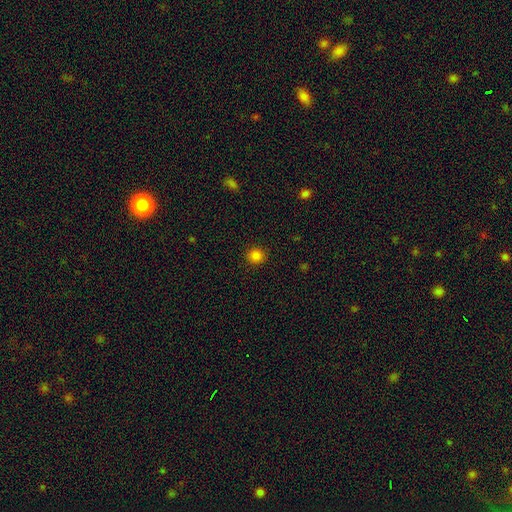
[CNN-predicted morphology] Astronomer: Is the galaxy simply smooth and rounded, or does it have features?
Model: smooth — 84%.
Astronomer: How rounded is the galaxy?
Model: round — 89%.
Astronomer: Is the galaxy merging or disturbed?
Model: none — 91%.